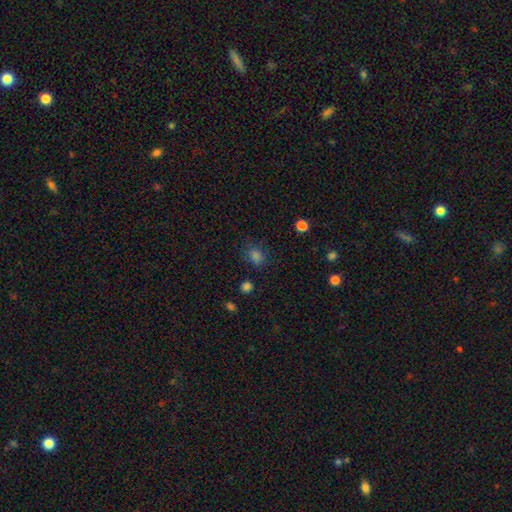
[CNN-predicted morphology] A smooth galaxy with no disk features (77%) that is in between round and cigar-shaped (51%).

Vote fractions:
- Smooth or featured? smooth: 77% / star or artifact: 18% / featured or disk: 5%
- How rounded? in between: 51% / round: 48% / cigar-shaped: 1%
- Merging? none: 71% / minor disturbance: 18% / major disturbance: 7% / merger: 3%